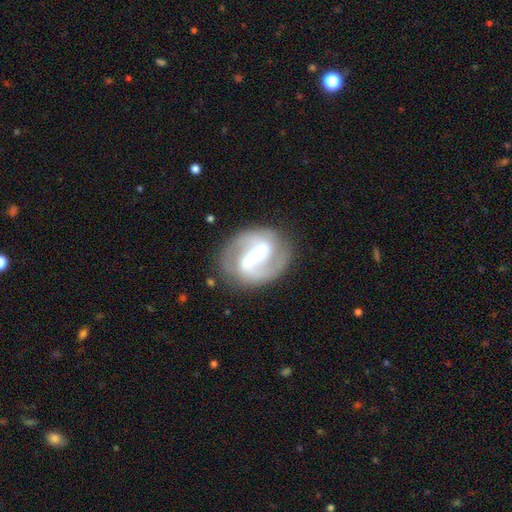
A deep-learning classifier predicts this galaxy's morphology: This is clearly a featured or disk galaxy (84%). It is clearly not viewed edge-on (96%). Bar: likely strong (61%). Spiral arm pattern: clearly yes (86%). Spiral arm count: clearly 2 (87%). Spiral winding: possibly medium (50%). Central bulge: possibly moderate (59%). Merging: likely none (77%).